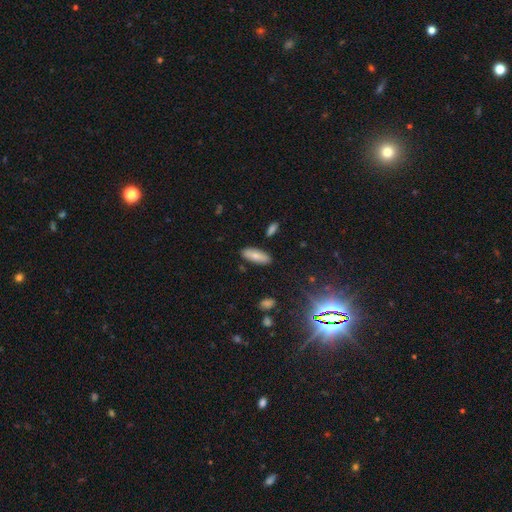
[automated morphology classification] smooth 73%, featured or disk 19%, star or artifact 8%. Down the decision tree: how rounded — in between (71%); merging — none (86%).